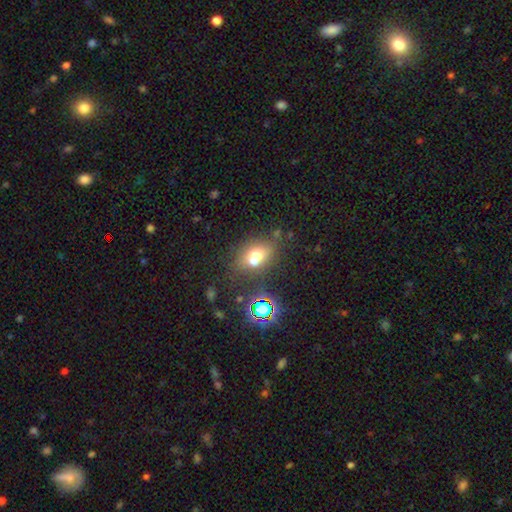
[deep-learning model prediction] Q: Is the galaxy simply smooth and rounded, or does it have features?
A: smooth — 63%.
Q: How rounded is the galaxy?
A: in between — 63%.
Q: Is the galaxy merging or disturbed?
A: none — 42%.